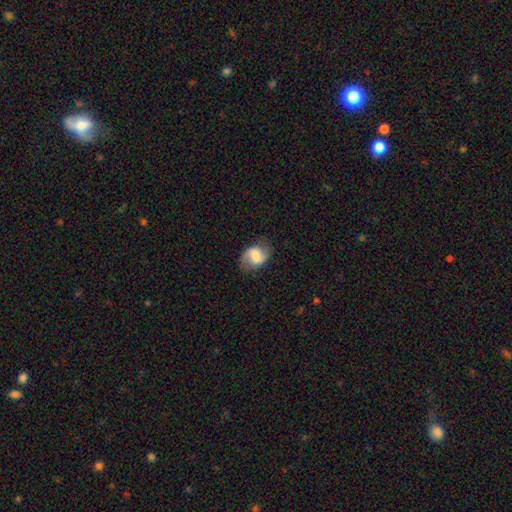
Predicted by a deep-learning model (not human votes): A featured or disk galaxy (50%).

Vote fractions:
- Smooth or featured? featured or disk: 50% / smooth: 42% / star or artifact: 8%
- Merging? none: 74% / minor disturbance: 18% / major disturbance: 6% / merger: 1%